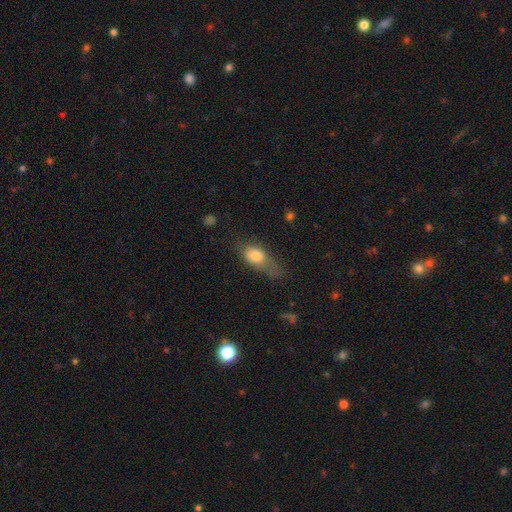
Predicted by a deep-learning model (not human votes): smooth_or_featured: smooth (p=0.75) [alt: featured or disk p=0.16]
how_rounded: in between (p=0.76) [alt: round p=0.14]
merging: minor disturbance (p=0.33) [alt: none p=0.32]